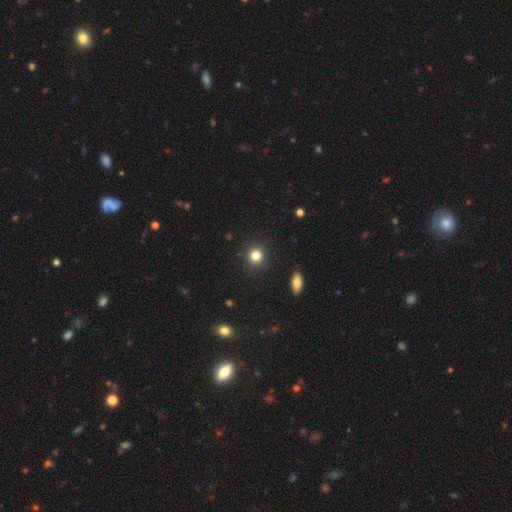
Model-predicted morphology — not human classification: This appears to be a smooth galaxy with no disk features (83%) that is round (91%). Merging: none (90%).